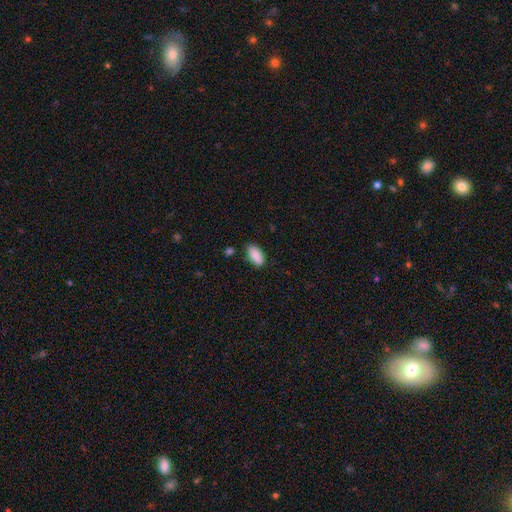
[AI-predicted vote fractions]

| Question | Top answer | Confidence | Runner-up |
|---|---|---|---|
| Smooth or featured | smooth | 88% | star or artifact (7%) |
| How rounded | in between | 91% | cigar-shaped (6%) |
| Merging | none | 78% | minor disturbance (16%) |